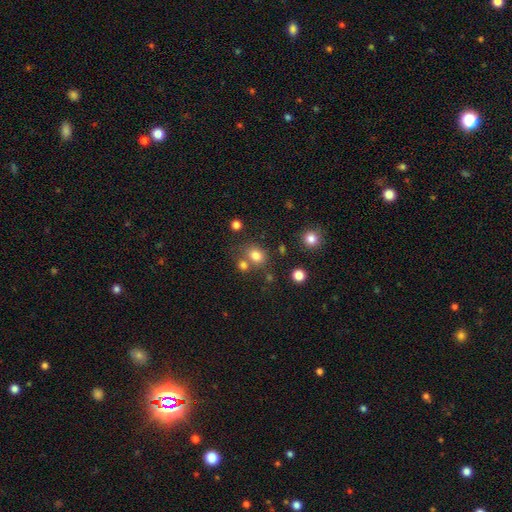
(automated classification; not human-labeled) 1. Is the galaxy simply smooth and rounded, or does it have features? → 79% smooth, 14% star or artifact, 7% featured or disk.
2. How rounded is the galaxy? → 62% round, 37% in between, 1% cigar-shaped.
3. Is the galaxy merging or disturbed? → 63% none, 22% merger, 11% minor disturbance, 4% major disturbance.